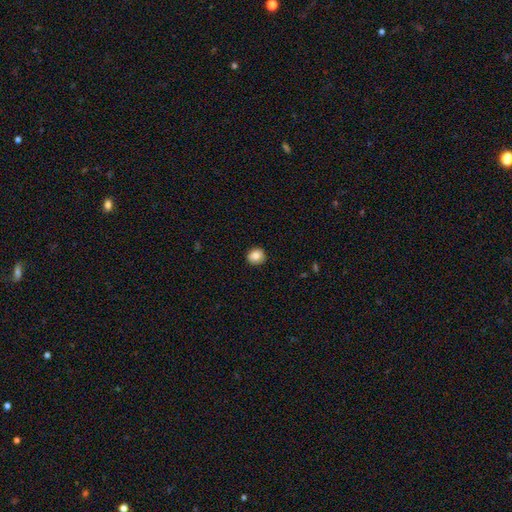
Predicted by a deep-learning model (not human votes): smooth_or_featured: smooth (p=0.85) [alt: star or artifact p=0.09]
how_rounded: round (p=0.80) [alt: in between p=0.19]
merging: none (p=0.89) [alt: minor disturbance p=0.08]